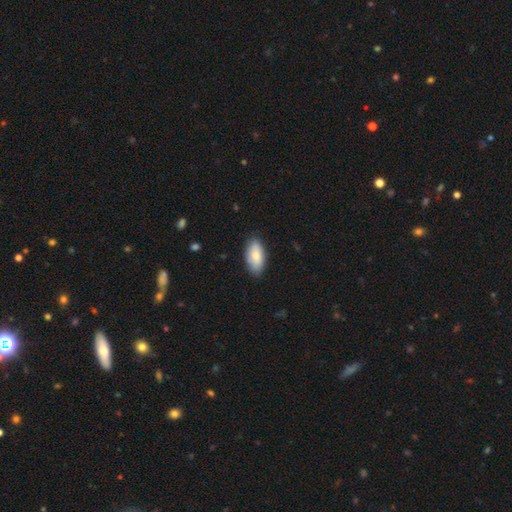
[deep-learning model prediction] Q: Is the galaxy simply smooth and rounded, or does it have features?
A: smooth — 78%.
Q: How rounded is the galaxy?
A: in between — 93%.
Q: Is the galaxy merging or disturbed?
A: none — 82%.